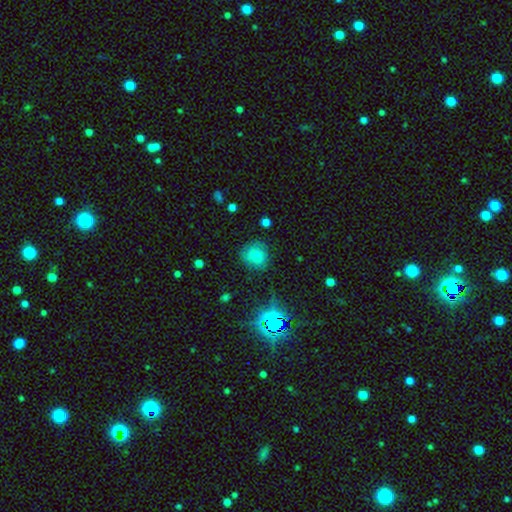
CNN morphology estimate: Overall: smooth (73%). How rounded: round (82%). Merging: none (71%).